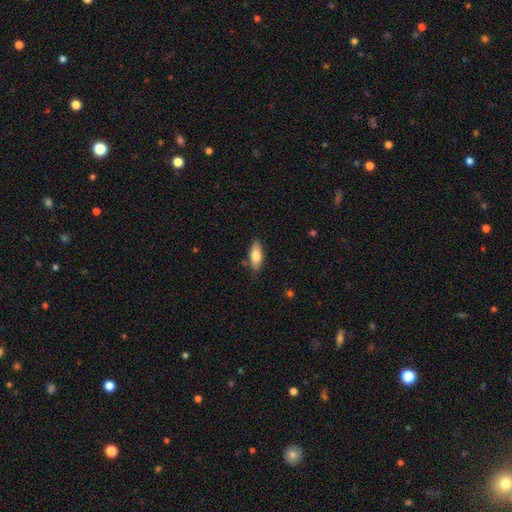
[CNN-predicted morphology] smooth-or-featured: smooth: 76% | featured or disk: 18% | star or artifact: 6%
  how-rounded: in between: 76% | cigar-shaped: 22% | round: 2%
  merging: none: 81% | minor disturbance: 14% | major disturbance: 3% | merger: 2%